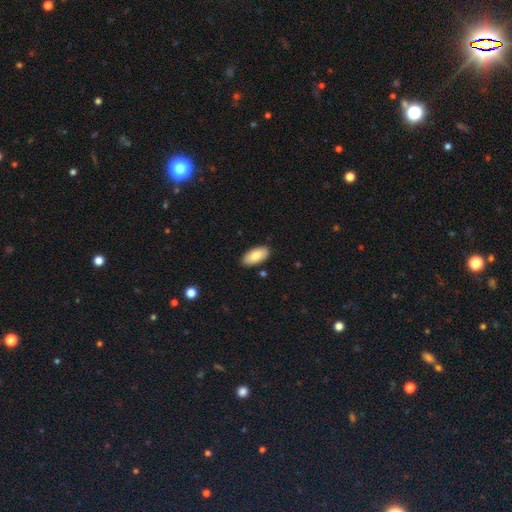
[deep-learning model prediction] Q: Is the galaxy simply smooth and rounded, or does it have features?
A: smooth — 83%.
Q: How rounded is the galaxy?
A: in between — 93%.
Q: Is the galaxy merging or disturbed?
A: none — 87%.